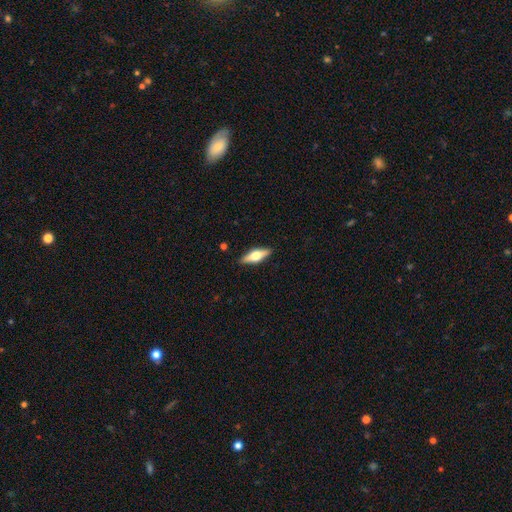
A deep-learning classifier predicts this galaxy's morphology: This appears to be a featured or disk galaxy (56%) viewed edge-on (93%) with a rounded central bulge (95%). Merging: none (89%).